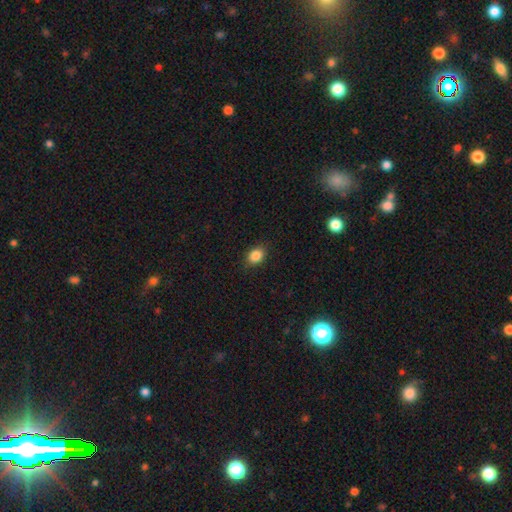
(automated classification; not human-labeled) smooth-or-featured: smooth: 86% | star or artifact: 10% | featured or disk: 4%
  how-rounded: in between: 64% | round: 35% | cigar-shaped: 1%
  merging: none: 87% | minor disturbance: 10% | major disturbance: 2% | merger: 1%